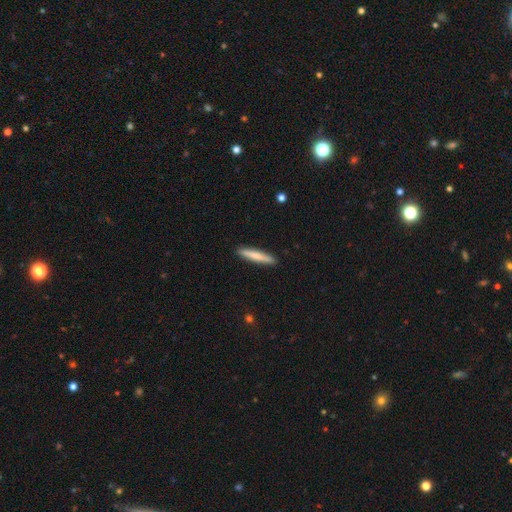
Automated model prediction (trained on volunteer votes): Smooth or featured? smooth (72%)
How rounded? cigar-shaped (93%)
Merging? none (91%)